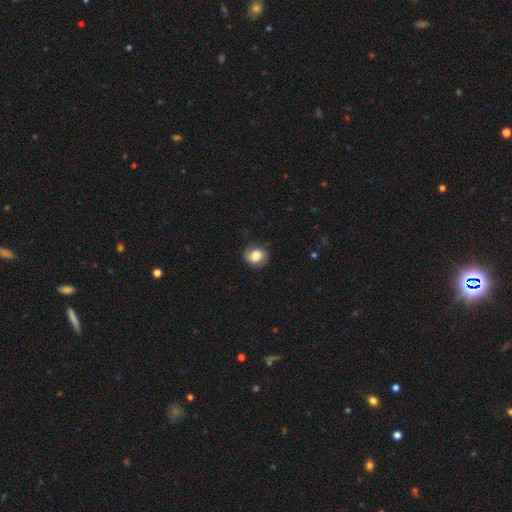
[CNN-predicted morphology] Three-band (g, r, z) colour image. It shows a smooth galaxy with no disk features (80%) that is round (64%). Merging: none (77%).